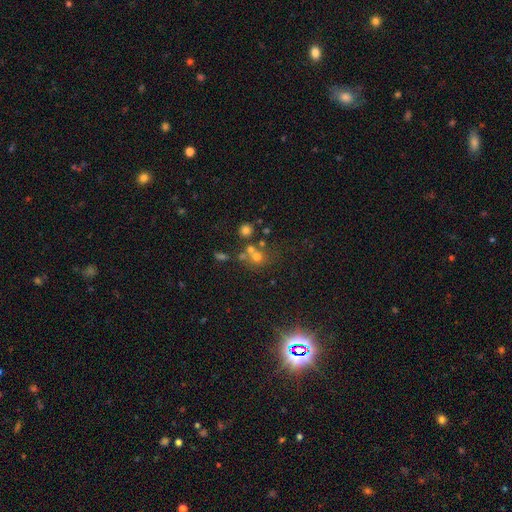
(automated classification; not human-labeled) Morphology: type=smooth (48%); merging=none (52%).